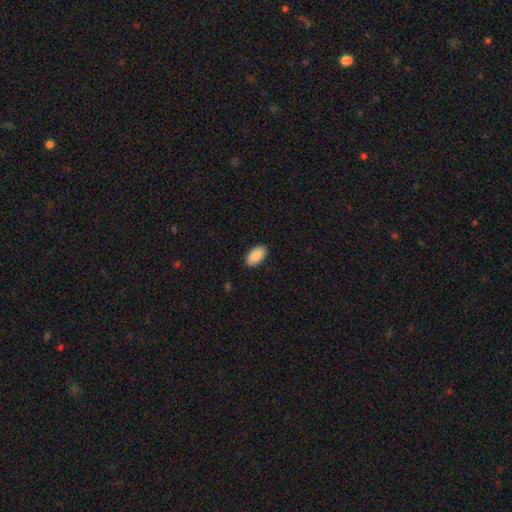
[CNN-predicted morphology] Smooth or featured? Predicted: smooth (p=0.90). How rounded? Predicted: in between (p=0.95). Merging? Predicted: none (p=0.88).